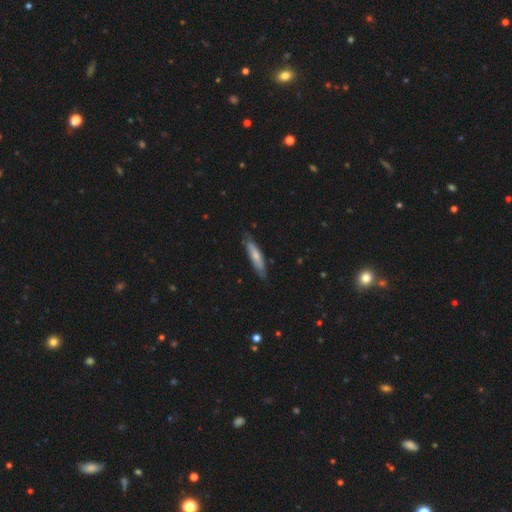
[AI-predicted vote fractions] Smooth or featured? Predicted: smooth (p=0.60). How rounded? Predicted: cigar-shaped (p=0.75). Merging? Predicted: none (p=0.76).